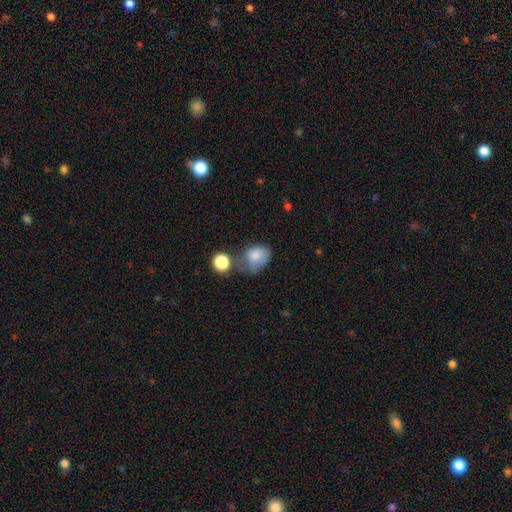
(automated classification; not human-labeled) Morphology: type=smooth (77%); roundness=in between (59%); merging=none (34%).